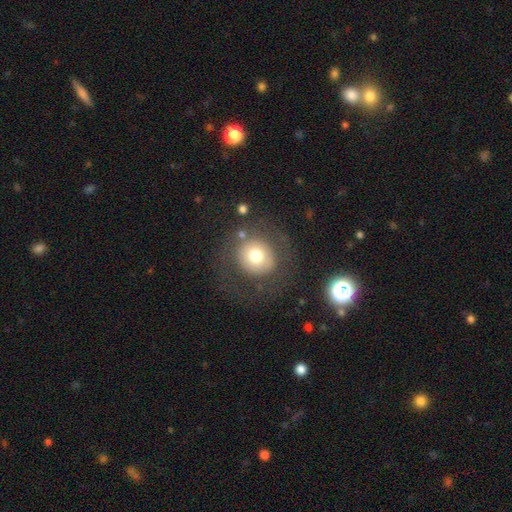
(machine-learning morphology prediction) Overall: smooth (66%). How rounded: round (88%). Merging: none (69%).